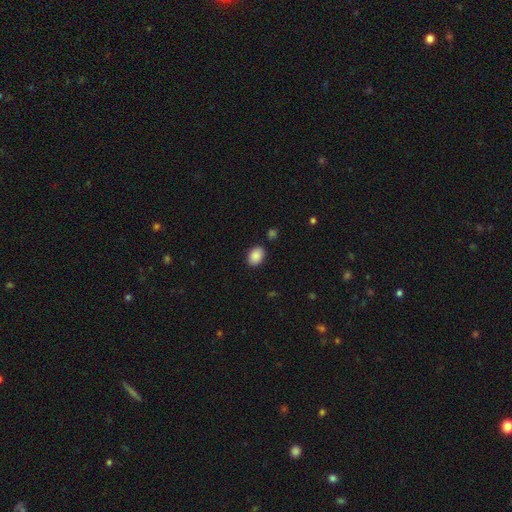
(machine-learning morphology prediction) Smooth or featured: smooth — 89% (star or artifact — 8%)
How rounded: in between — 79% (round — 20%)
Merging: none — 85% (minor disturbance — 10%)